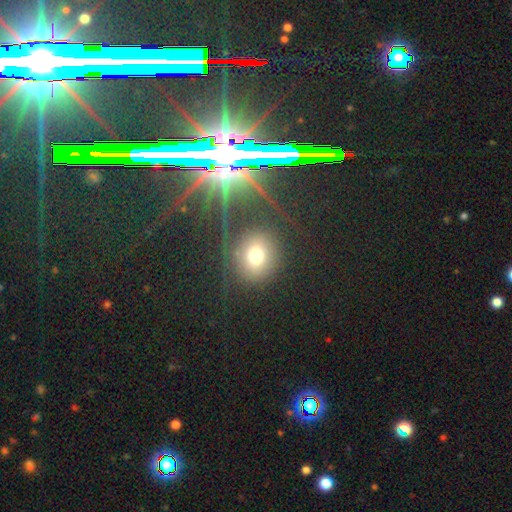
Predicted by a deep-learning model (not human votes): Q: Smooth or featured?
A: smooth (66%); runner-up: star or artifact (21%)
Q: How rounded?
A: round (80%); runner-up: in between (19%)
Q: Merging?
A: none (78%); runner-up: minor disturbance (12%)